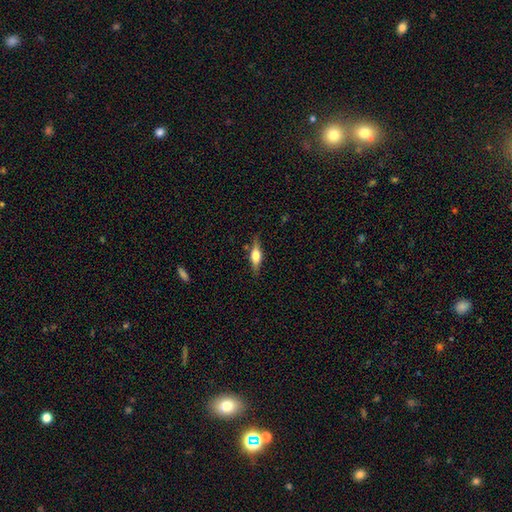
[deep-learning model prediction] smooth-or-featured: featured or disk: 49% | smooth: 44% | star or artifact: 7%
  merging: none: 80% | minor disturbance: 14% | major disturbance: 4% | merger: 2%